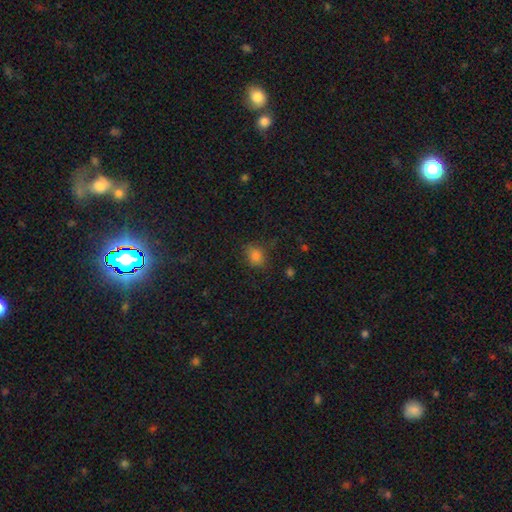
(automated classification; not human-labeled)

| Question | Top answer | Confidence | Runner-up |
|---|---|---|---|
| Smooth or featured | smooth | 78% | star or artifact (16%) |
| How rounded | in between | 53% | round (45%) |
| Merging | none | 73% | minor disturbance (19%) |